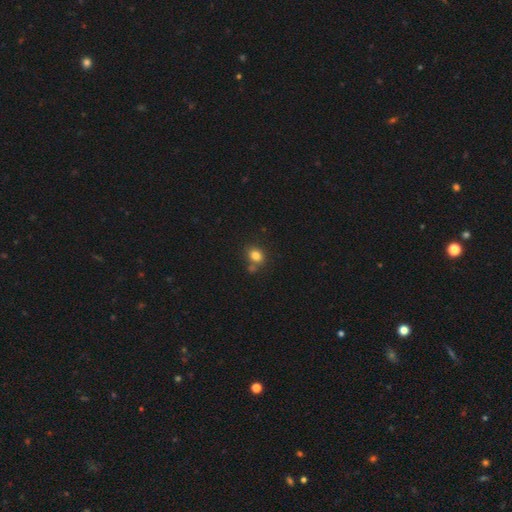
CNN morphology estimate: This appears to be a smooth galaxy with no disk features (82%) that is round (56%). Merging: none (62%).